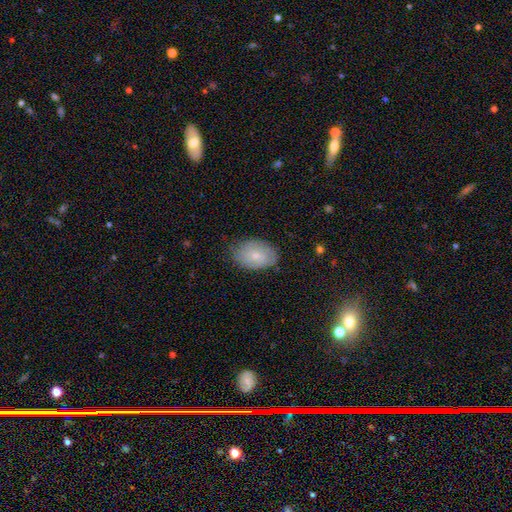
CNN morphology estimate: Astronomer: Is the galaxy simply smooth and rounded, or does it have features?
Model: smooth — 71%.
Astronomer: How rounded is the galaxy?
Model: in between — 86%.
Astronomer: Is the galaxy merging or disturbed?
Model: none — 75%.